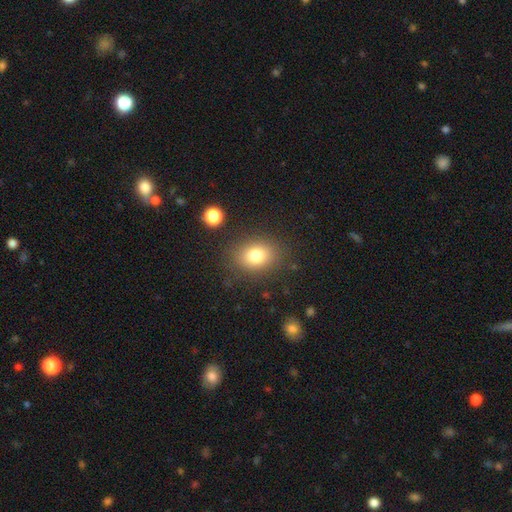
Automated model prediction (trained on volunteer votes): Morphology: type=smooth (78%); roundness=in between (53%); merging=none (83%).